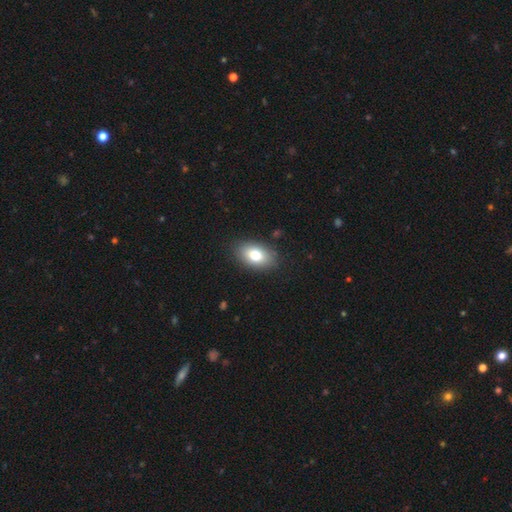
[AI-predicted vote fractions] Smooth or featured? Predicted: smooth (p=0.79). How rounded? Predicted: in between (p=0.91). Merging? Predicted: none (p=0.87).